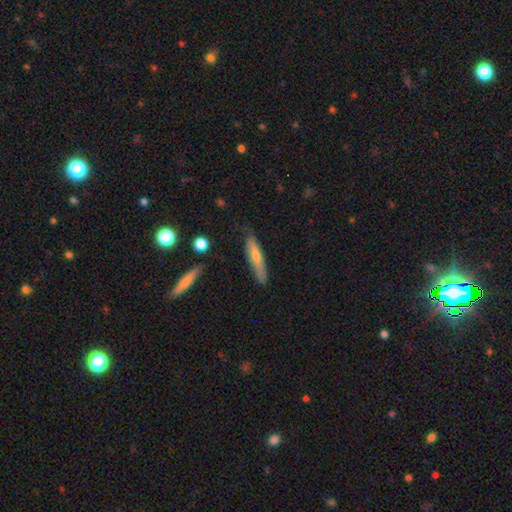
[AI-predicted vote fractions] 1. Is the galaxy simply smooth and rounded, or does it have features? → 57% smooth, 36% featured or disk, 6% star or artifact.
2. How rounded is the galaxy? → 87% cigar-shaped, 11% in between, 2% round.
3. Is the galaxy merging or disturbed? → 78% none, 17% minor disturbance, 3% major disturbance, 2% merger.